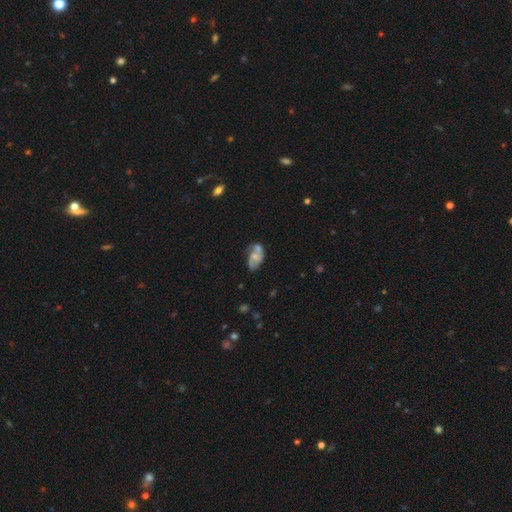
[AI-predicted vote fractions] The model was most divided on "merging": none: 36%, merger: 23%, minor disturbance: 23%, major disturbance: 17%. Remaining: edge-on disk — no (97%); spiral arms — yes (78%); bar — no (65%); smooth or featured — featured or disk (62%); bulge size — small (44%).